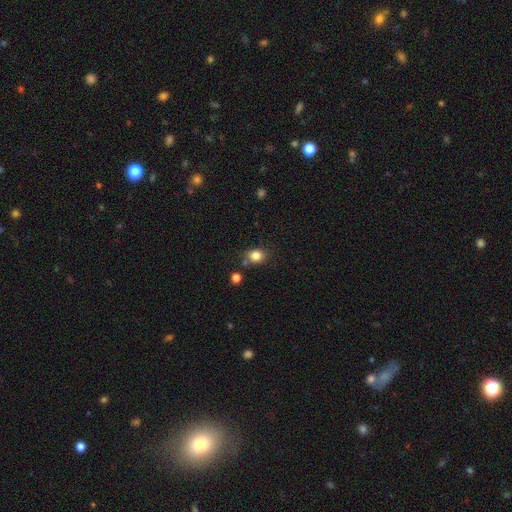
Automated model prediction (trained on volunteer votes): Smooth or featured? smooth (83%)
How rounded? round (61%)
Merging? none (70%)